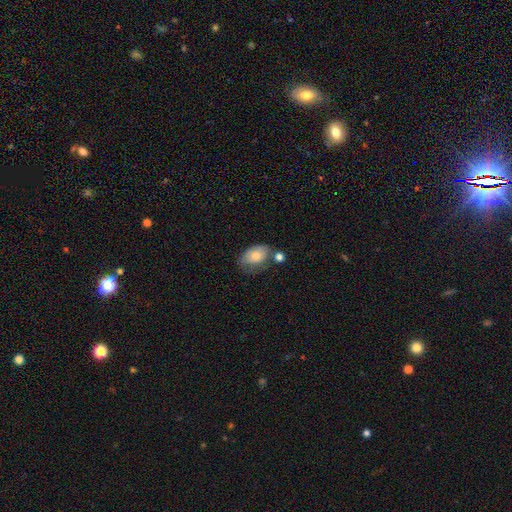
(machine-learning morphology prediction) This is likely a smooth galaxy (75%). How rounded: clearly in between (87%). Merging: marginally none (44%).